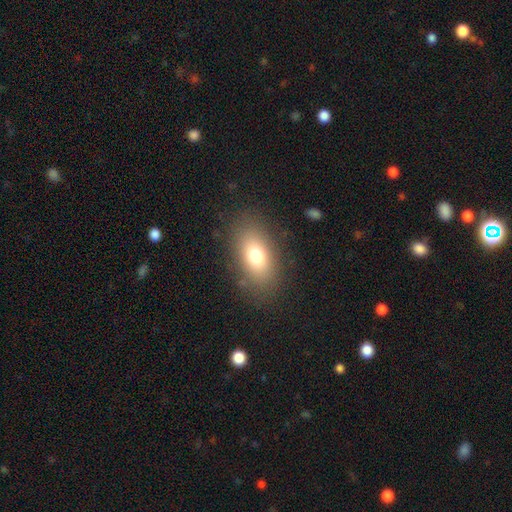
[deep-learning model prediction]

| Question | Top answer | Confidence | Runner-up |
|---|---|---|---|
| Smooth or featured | smooth | 73% | featured or disk (16%) |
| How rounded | in between | 86% | round (11%) |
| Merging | none | 83% | minor disturbance (10%) |